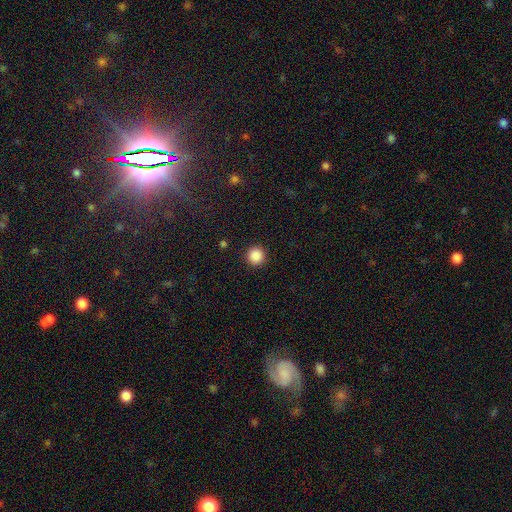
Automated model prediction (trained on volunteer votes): The model was most divided on "smooth or featured": smooth: 88%, star or artifact: 10%, featured or disk: 3%. More confident: how rounded — round (96%); merging — none (93%).